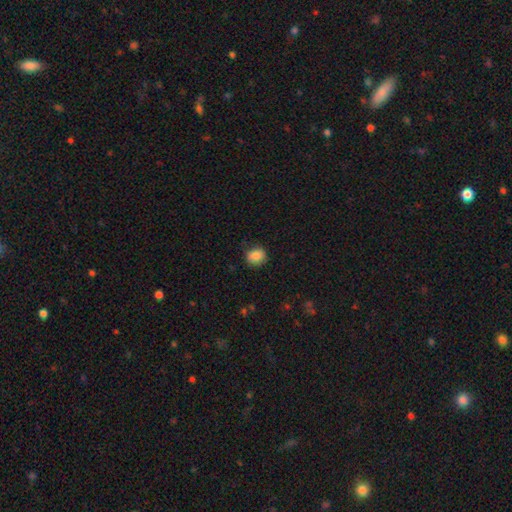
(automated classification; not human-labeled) Smooth or featured? Predicted: smooth (p=0.85). How rounded? Predicted: round (p=0.64). Merging? Predicted: none (p=0.80).